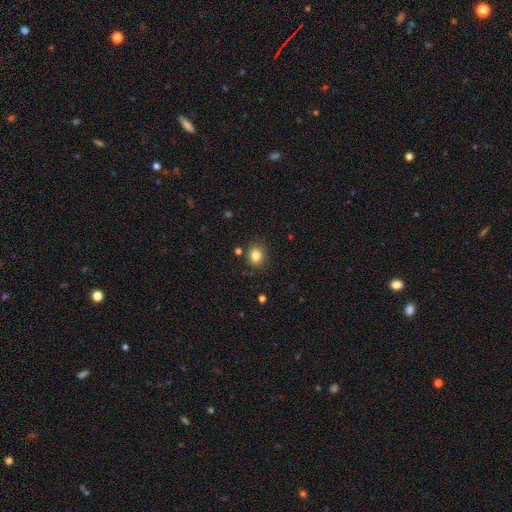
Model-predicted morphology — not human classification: Smooth or featured? smooth (83%)
How rounded? round (77%)
Merging? none (85%)